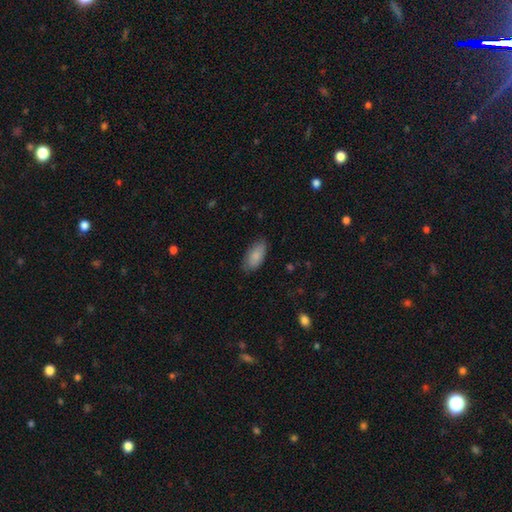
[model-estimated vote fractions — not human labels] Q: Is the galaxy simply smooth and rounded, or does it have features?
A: smooth — 86%.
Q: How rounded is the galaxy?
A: in between — 92%.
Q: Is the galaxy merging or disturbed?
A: none — 80%.